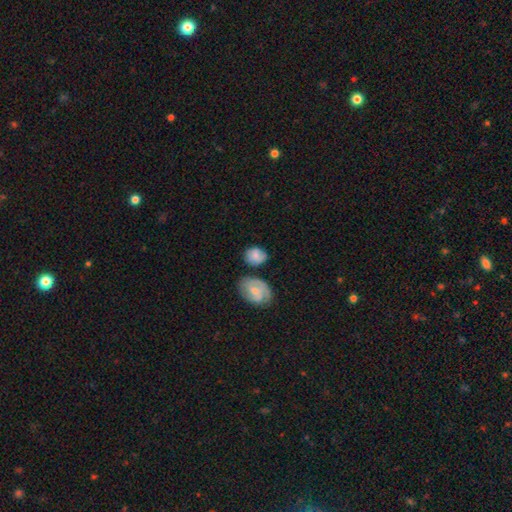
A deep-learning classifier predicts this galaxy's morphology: Smooth or featured: smooth — 67% (featured or disk — 25%)
How rounded: round — 57% (in between — 42%)
Merging: none — 63% (minor disturbance — 19%)